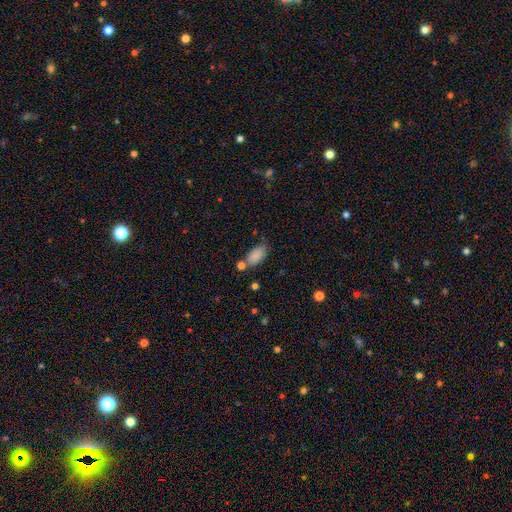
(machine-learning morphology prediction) This is clearly a smooth galaxy (86%). How rounded: clearly in between (92%). Merging: possibly none (59%).